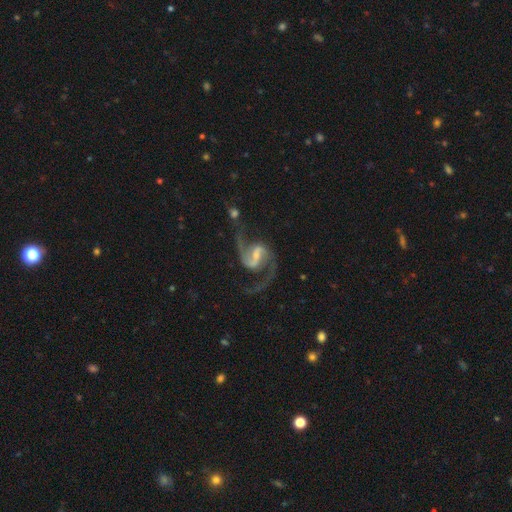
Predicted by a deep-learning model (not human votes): Overall: featured or disk (93%). Edge-on disk: no (98%). Bar: weak (50%; strong 36%). Spiral arms: yes (98%). Spiral arm count: 2 (94%). Spiral winding: loose (50%; medium 43%). Bulge size: small (52%; moderate 35%). Merging: none (66%).